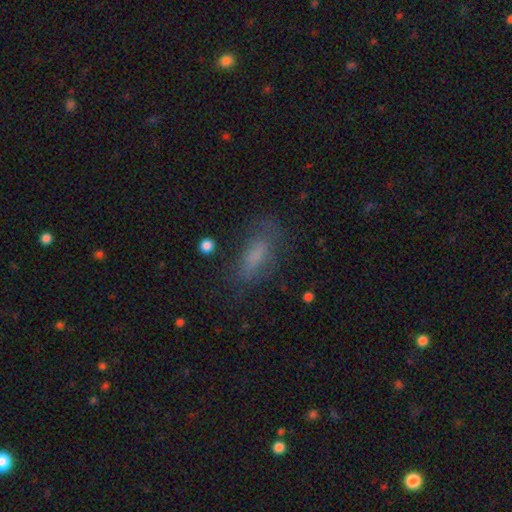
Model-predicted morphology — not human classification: smooth_or_featured: smooth (p=0.69) [alt: featured or disk p=0.19]
how_rounded: in between (p=0.67) [alt: cigar-shaped p=0.29]
merging: none (p=0.64) [alt: minor disturbance p=0.21]